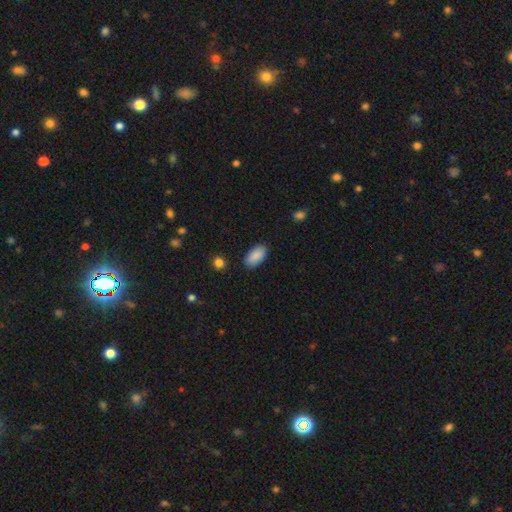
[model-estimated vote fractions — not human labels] Smooth or featured? Predicted: smooth (p=0.89). How rounded? Predicted: in between (p=0.95). Merging? Predicted: none (p=0.87).